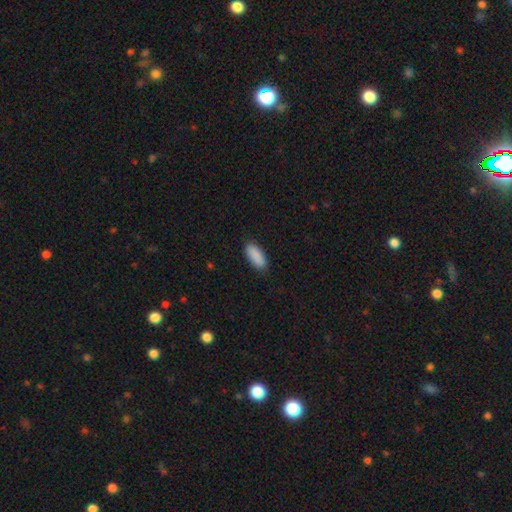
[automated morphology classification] Overall: smooth (90%). How rounded: in between (85%). Merging: none (88%).